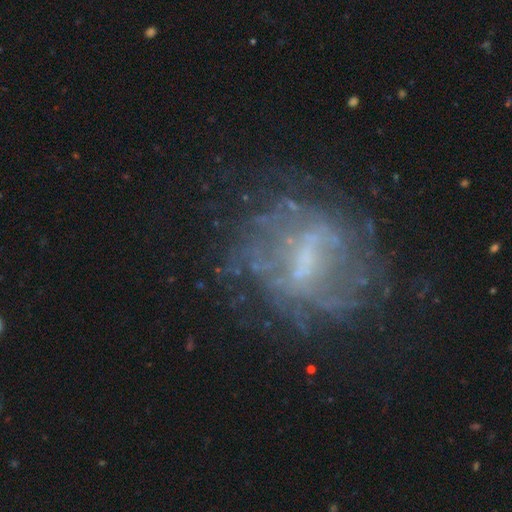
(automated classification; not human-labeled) Morphology: type=featured or disk (70%); edge-on=no (97%); bar=no (41%); spiral arms=no (52%); bulge=small (42%); merging=none (57%).